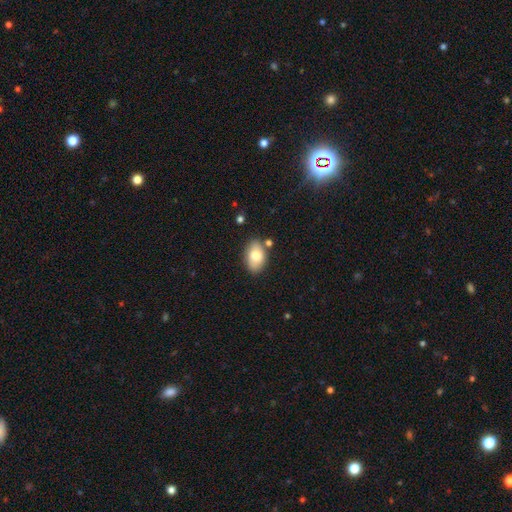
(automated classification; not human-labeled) This is likely a smooth galaxy (77%). How rounded: clearly in between (91%). Merging: likely none (78%).